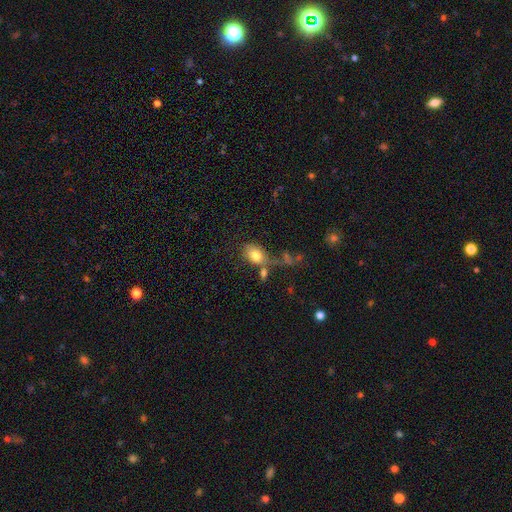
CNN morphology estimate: Smooth or featured? Predicted: smooth (p=0.78). How rounded? Predicted: in between (p=0.77). Merging? Predicted: none (p=0.42).